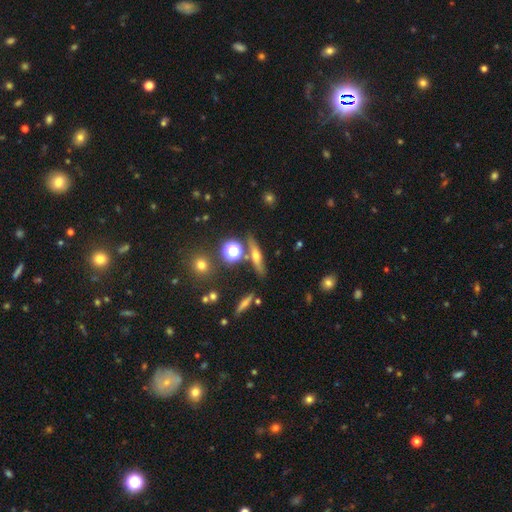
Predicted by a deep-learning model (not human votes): The model was most divided on "smooth or featured": featured or disk: 47%, smooth: 39%, star or artifact: 14%. More confident: merging — none (78%).